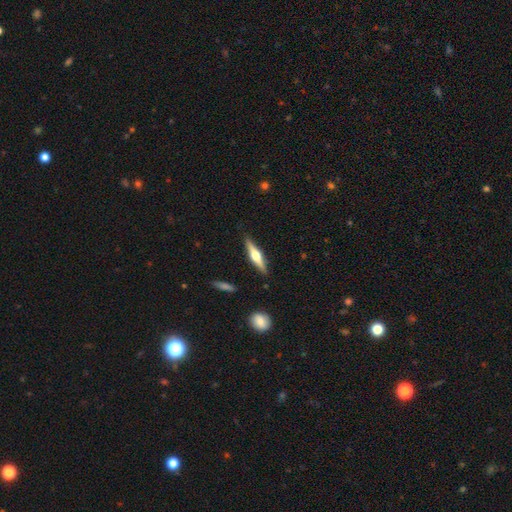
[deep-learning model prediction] A featured or disk galaxy (65%) viewed edge-on (97%) with a rounded central bulge (94%).

Vote fractions:
- Smooth or featured? featured or disk: 65% / smooth: 30% / star or artifact: 6%
- Edge-on disk? yes: 97% / no: 3%
- Edge-on bulge? rounded: 94% / boxy: 4% / none: 2%
- Merging? none: 89% / minor disturbance: 8% / major disturbance: 2% / merger: 1%